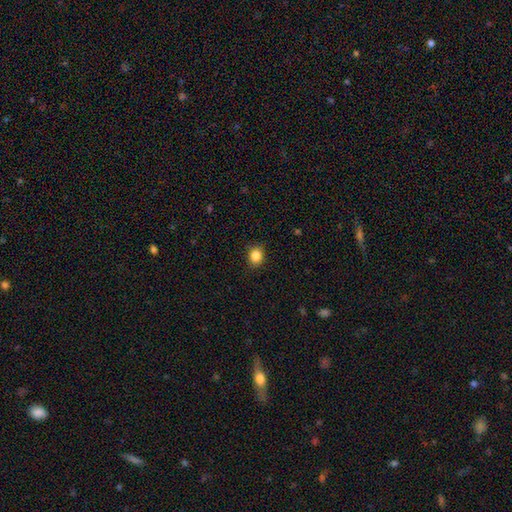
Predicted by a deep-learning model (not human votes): This is clearly a smooth galaxy (85%). How rounded: likely round (62%). Merging: clearly none (88%).